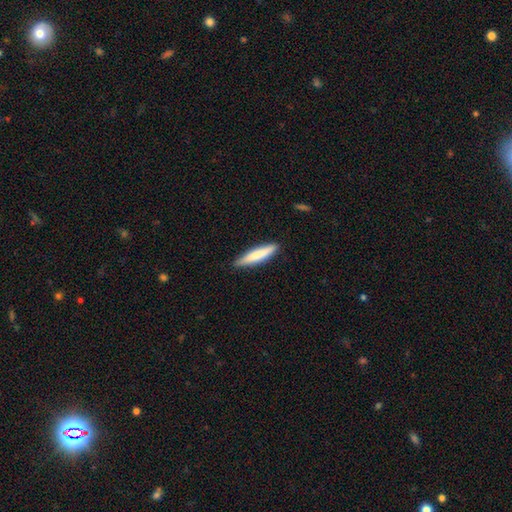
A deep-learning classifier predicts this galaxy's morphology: Smooth or featured? smooth (76%)
How rounded? cigar-shaped (87%)
Merging? none (88%)